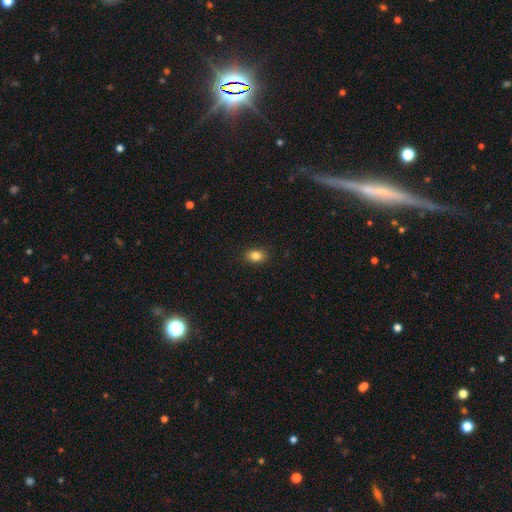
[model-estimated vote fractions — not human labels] Overall: smooth (84%). How rounded: in between (79%). Merging: none (89%).